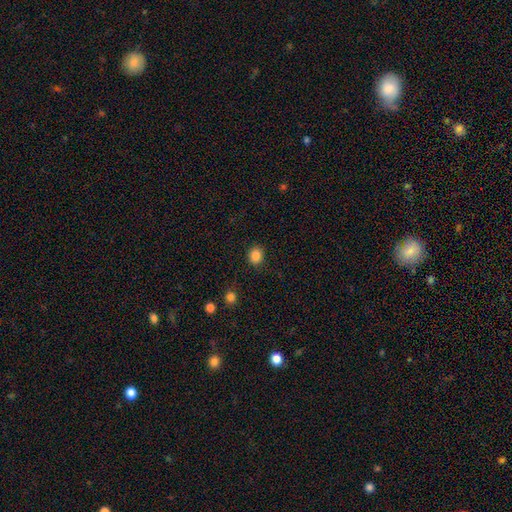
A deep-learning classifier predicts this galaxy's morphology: The model was most divided on "how rounded": round: 74%, in between: 25%, cigar-shaped: 1%. More confident: merging — none (88%); smooth or featured — smooth (86%).